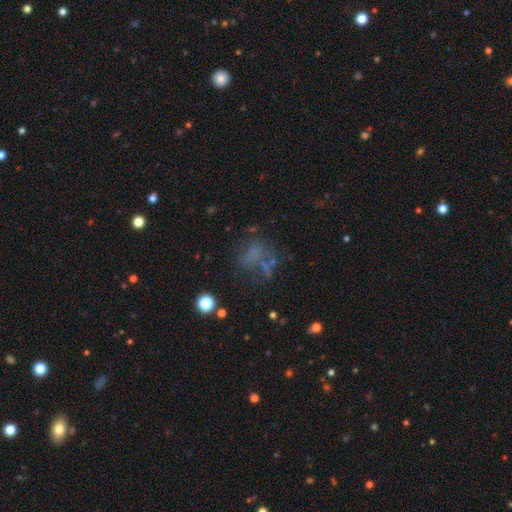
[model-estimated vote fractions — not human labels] smooth-or-featured: smooth: 39% | featured or disk: 33% | star or artifact: 28%
  merging: none: 44% | major disturbance: 28% | minor disturbance: 18% | merger: 10%